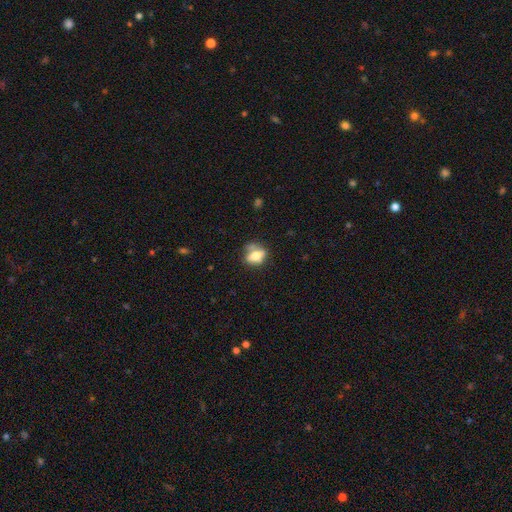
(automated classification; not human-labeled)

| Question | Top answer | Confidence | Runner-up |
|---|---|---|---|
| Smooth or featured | smooth | 61% | featured or disk (29%) |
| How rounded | in between | 62% | round (30%) |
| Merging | none | 51% | minor disturbance (25%) |